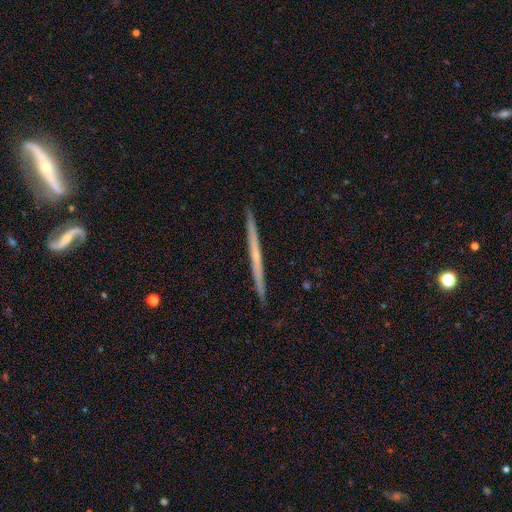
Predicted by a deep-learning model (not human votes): Smooth or featured? featured or disk (66%)
Edge-on disk? yes (98%)
Edge-on bulge? none (75%)
Merging? none (93%)